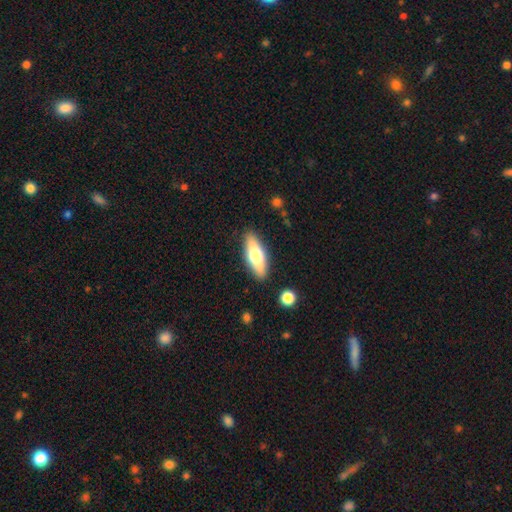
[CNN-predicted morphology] Smooth or featured? Predicted: smooth (p=0.61). How rounded? Predicted: in between (p=0.63). Merging? Predicted: none (p=0.87).